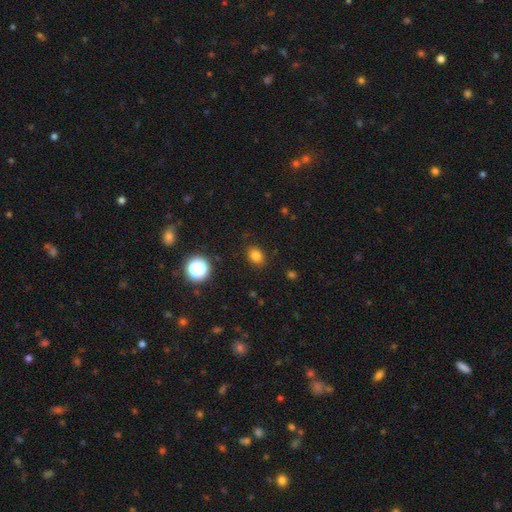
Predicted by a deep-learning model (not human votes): smooth 80%, star or artifact 14%, featured or disk 5%. Down the decision tree: how rounded — in between (56%); merging — none (87%).